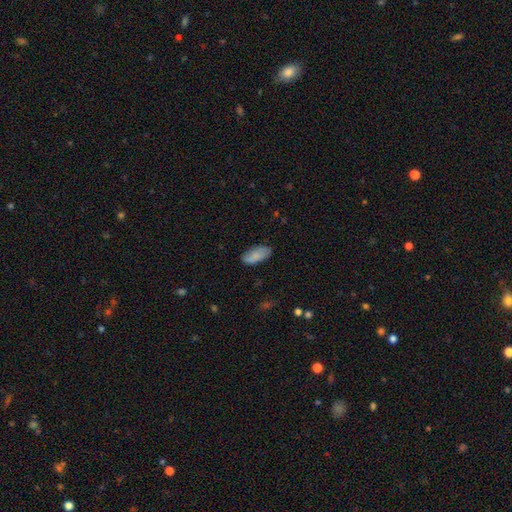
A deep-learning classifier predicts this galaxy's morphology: Q: Smooth or featured?
A: smooth (83%); runner-up: featured or disk (11%)
Q: How rounded?
A: in between (88%); runner-up: cigar-shaped (11%)
Q: Merging?
A: none (79%); runner-up: minor disturbance (16%)